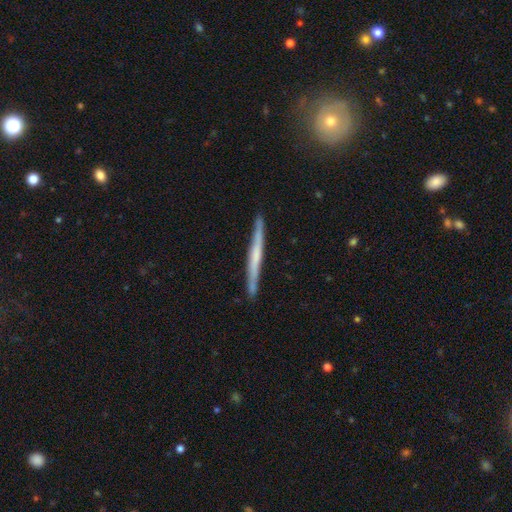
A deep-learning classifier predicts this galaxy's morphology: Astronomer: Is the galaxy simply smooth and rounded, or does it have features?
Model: featured or disk — 59% (runner-up: smooth, 36%).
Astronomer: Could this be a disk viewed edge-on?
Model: yes — 97%.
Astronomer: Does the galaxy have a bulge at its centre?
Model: none — 64%.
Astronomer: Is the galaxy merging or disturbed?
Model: none — 87%.